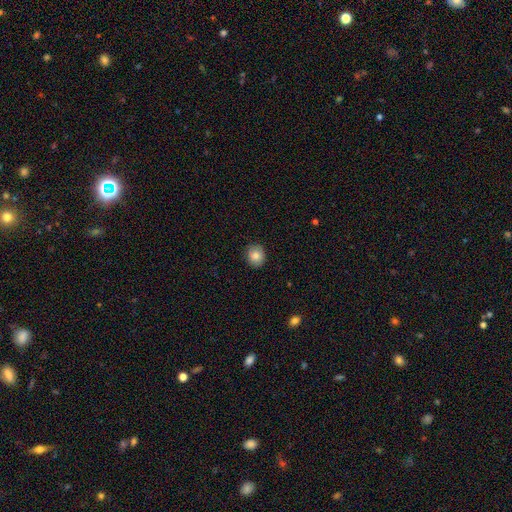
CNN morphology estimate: type=smooth (83%); roundness=round (78%); merging=none (88%).